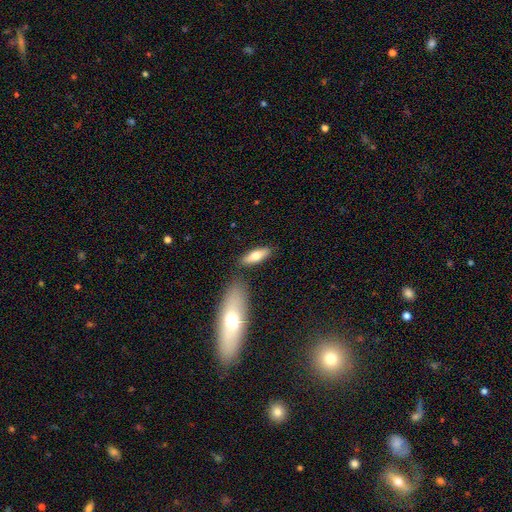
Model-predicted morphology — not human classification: smooth-or-featured: smooth: 68% | featured or disk: 26% | star or artifact: 6%
  how-rounded: in between: 56% | cigar-shaped: 42% | round: 3%
  merging: none: 76% | minor disturbance: 12% | merger: 8% | major disturbance: 3%